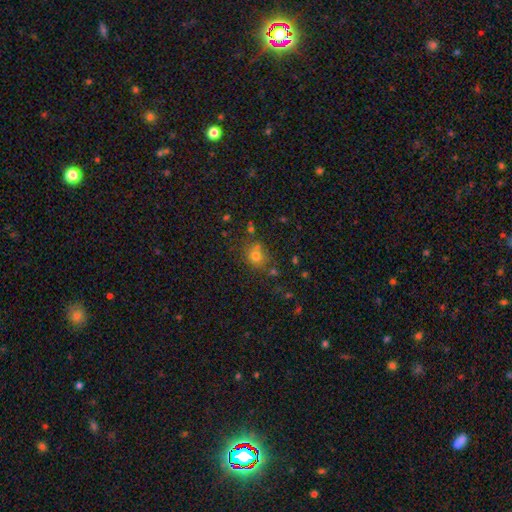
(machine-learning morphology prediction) type=smooth (72%); roundness=round (78%); merging=none (70%).